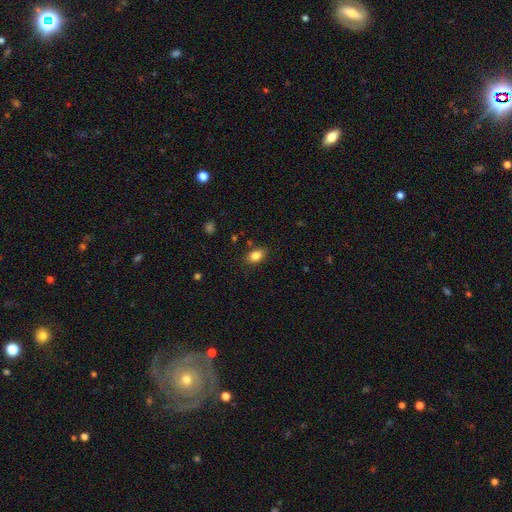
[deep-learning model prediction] A smooth galaxy with no disk features (85%) that is in between round and cigar-shaped (79%). Merging: none (84%).